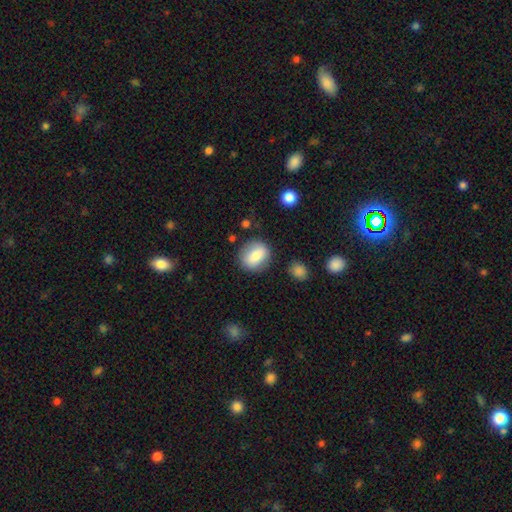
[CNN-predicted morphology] This appears to be a smooth galaxy with no disk features (78%) that is round (65%). Merging: none (81%).